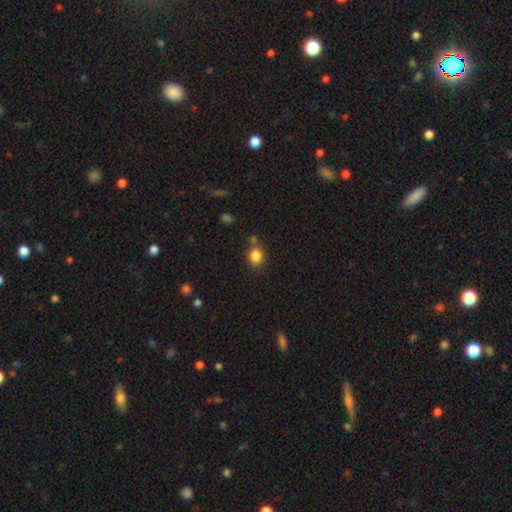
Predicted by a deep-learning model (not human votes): smooth_or_featured: smooth (p=0.85) [alt: star or artifact p=0.10]
how_rounded: round (p=0.72) [alt: in between p=0.27]
merging: none (p=0.70) [alt: minor disturbance p=0.15]